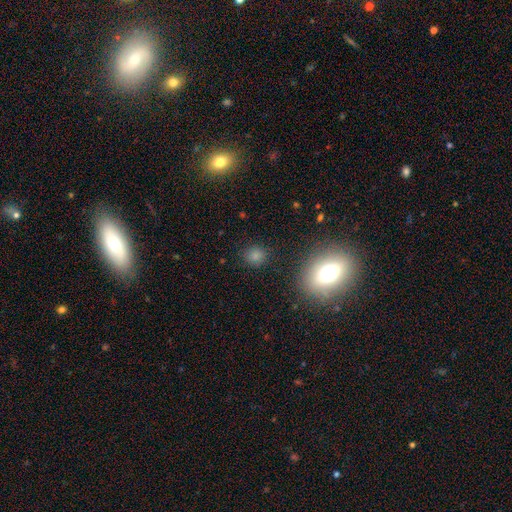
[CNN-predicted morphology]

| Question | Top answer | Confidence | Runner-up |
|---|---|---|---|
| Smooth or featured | smooth | 76% | star or artifact (18%) |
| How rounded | round | 80% | in between (18%) |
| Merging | none | 86% | minor disturbance (9%) |